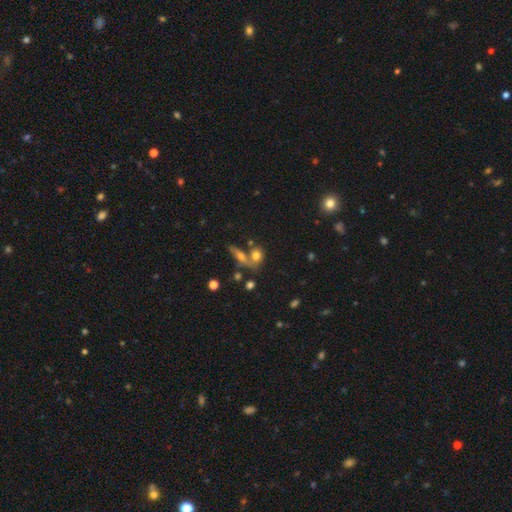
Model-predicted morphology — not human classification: smooth 52%, featured or disk 27%, star or artifact 21%. Down the decision tree: how rounded — in between (44%); merging — merger (43%).